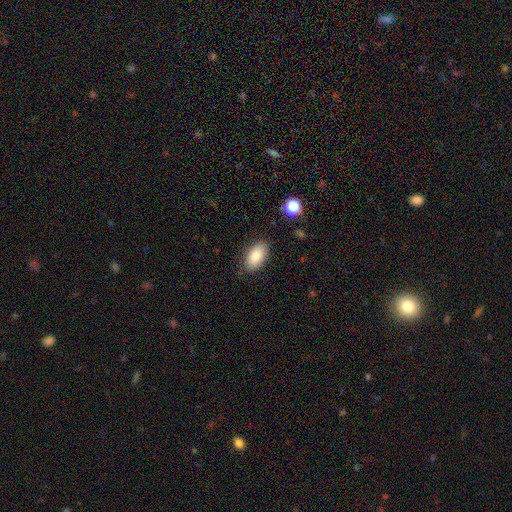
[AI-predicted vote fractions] Smooth or featured? smooth (84%)
How rounded? in between (94%)
Merging? none (83%)